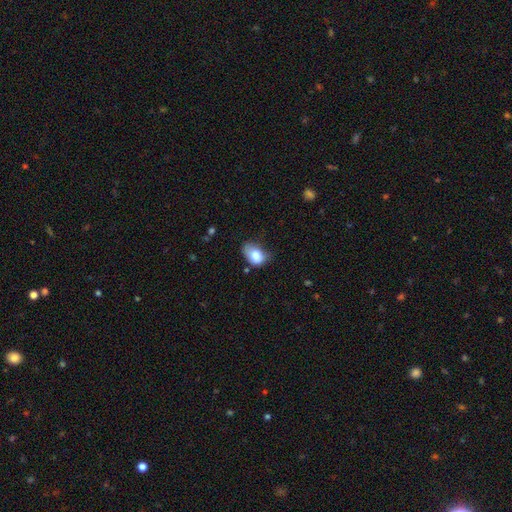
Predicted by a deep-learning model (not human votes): Smooth or featured? Predicted: smooth (p=0.78). How rounded? Predicted: in between (p=0.78). Merging? Predicted: minor disturbance (p=0.43).